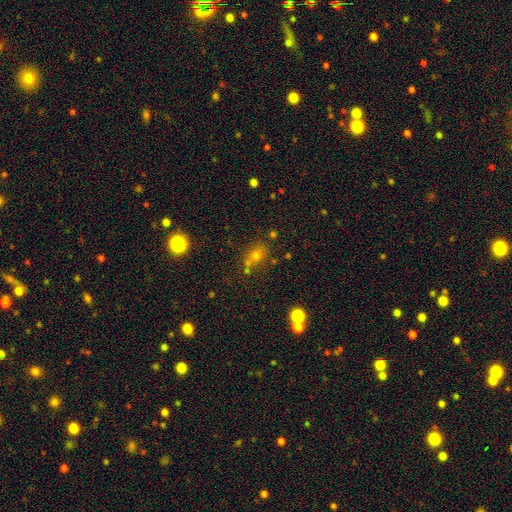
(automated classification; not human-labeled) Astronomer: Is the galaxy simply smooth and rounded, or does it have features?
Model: smooth — 60%.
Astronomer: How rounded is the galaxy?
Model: round — 57% (runner-up: in between, 41%).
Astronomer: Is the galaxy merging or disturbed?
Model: none — 62%.